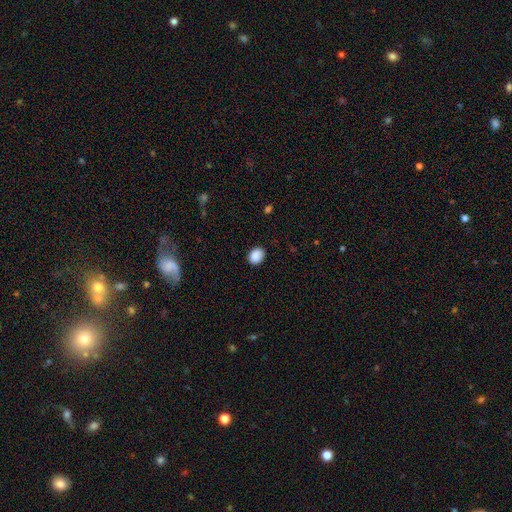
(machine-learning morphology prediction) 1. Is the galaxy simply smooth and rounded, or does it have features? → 89% smooth, 8% star or artifact, 3% featured or disk.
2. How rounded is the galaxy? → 50% in between, 49% round, 1% cigar-shaped.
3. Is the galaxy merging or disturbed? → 87% none, 10% minor disturbance, 2% major disturbance, 1% merger.